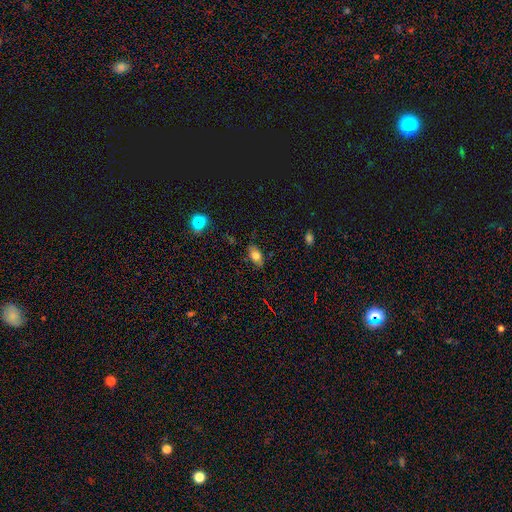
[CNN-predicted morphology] Smooth or featured: smooth — 75% (featured or disk — 16%)
How rounded: in between — 88% (round — 7%)
Merging: none — 81% (minor disturbance — 15%)